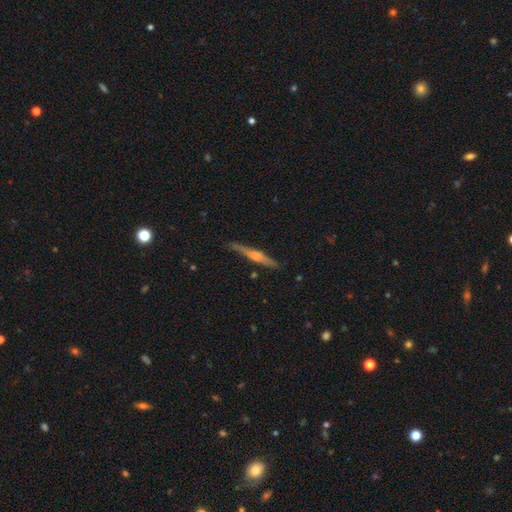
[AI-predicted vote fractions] Overall: featured or disk (68%). Edge-on disk: yes (98%). Edge-on bulge: rounded (72%). Merging: none (85%).